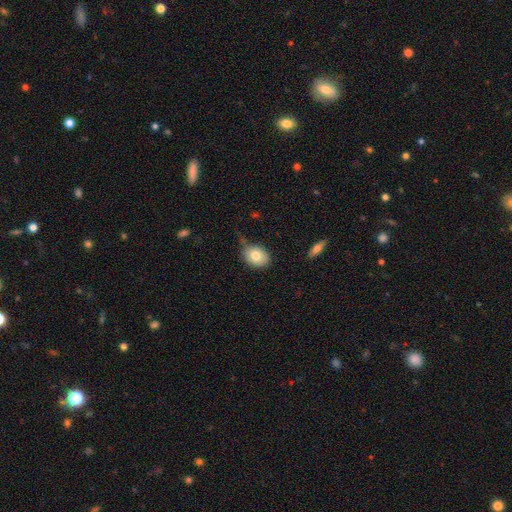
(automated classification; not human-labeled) A smooth galaxy with no disk features (80%) that is in between round and cigar-shaped (63%). Merging: none (72%).